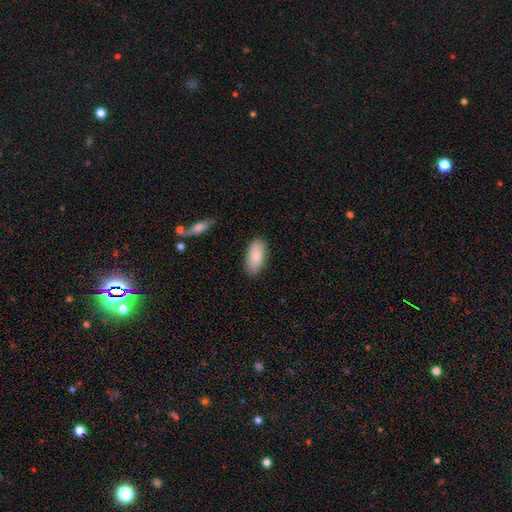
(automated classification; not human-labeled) Smooth or featured? Predicted: smooth (p=0.87). How rounded? Predicted: in between (p=0.90). Merging? Predicted: none (p=0.86).